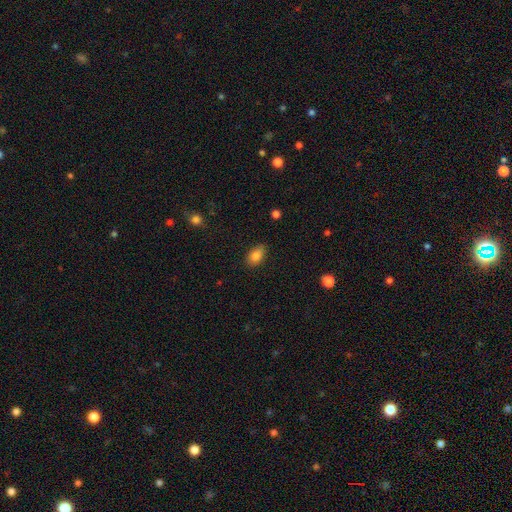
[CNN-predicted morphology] Overall: smooth (83%). How rounded: in between (88%). Merging: none (82%).